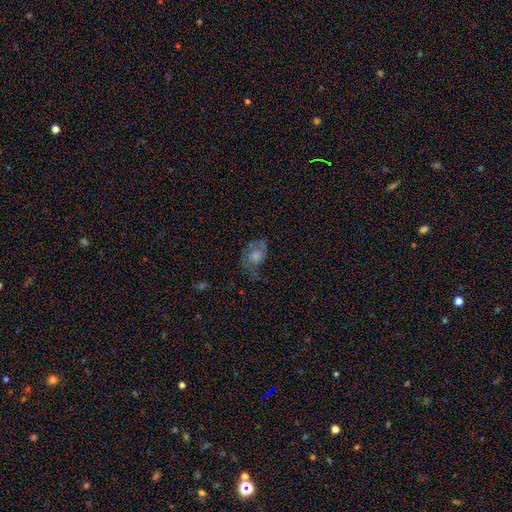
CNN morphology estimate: Q: Smooth or featured?
A: featured or disk (53%); runner-up: smooth (37%)
Q: Edge-on disk?
A: no (96%); runner-up: yes (4%)
Q: Bar?
A: no (78%); runner-up: weak (19%)
Q: Spiral arms?
A: yes (78%); runner-up: no (22%)
Q: Bulge size?
A: moderate (41%); runner-up: small (30%)
Q: Merging?
A: none (37%); runner-up: major disturbance (34%)